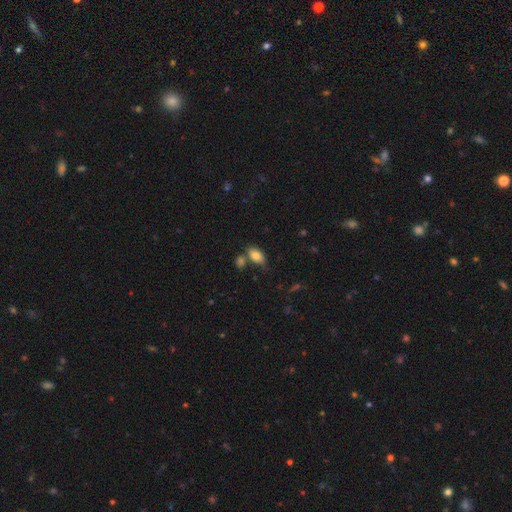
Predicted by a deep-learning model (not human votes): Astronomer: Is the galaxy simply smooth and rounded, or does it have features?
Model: smooth — 81%.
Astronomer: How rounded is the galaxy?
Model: in between — 91%.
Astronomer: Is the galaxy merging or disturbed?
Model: none — 59%.